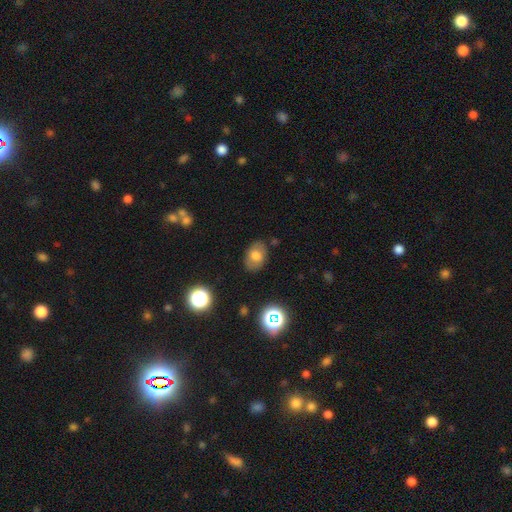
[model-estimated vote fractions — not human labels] This appears to be a smooth galaxy with no disk features (71%) that is in between round and cigar-shaped (78%). Merging: none (82%).